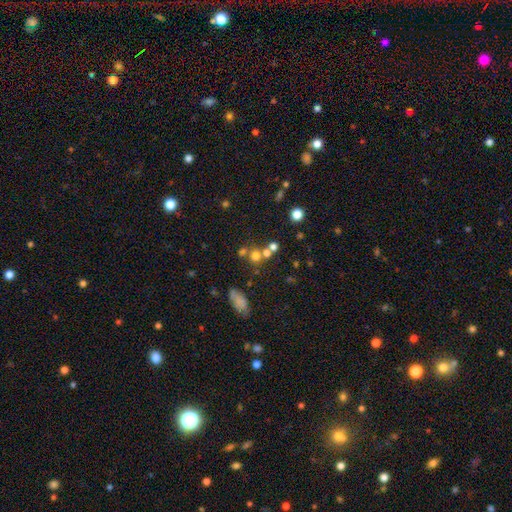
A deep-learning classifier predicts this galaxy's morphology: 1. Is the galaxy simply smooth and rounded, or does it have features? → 62% smooth, 23% star or artifact, 16% featured or disk.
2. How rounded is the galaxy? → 83% round, 16% in between, 2% cigar-shaped.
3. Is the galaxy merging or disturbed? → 53% none, 34% merger, 9% minor disturbance, 5% major disturbance.